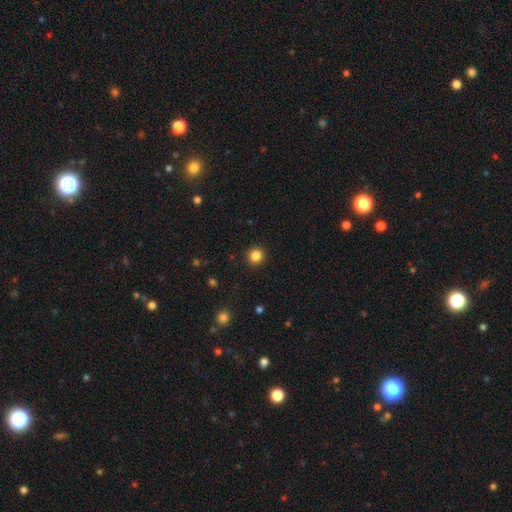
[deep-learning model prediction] A smooth galaxy with no disk features (85%) that is round (92%).

Vote fractions:
- Smooth or featured? smooth: 85% / star or artifact: 11% / featured or disk: 4%
- How rounded? round: 92% / in between: 7% / cigar-shaped: 1%
- Merging? none: 92% / minor disturbance: 5% / major disturbance: 2% / merger: 1%